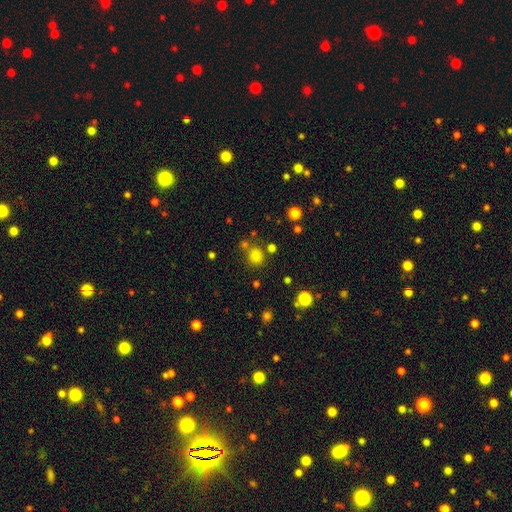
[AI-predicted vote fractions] smooth-or-featured: smooth: 78% | star or artifact: 17% | featured or disk: 6%
  how-rounded: round: 84% | in between: 15% | cigar-shaped: 1%
  merging: none: 74% | merger: 12% | minor disturbance: 10% | major disturbance: 4%